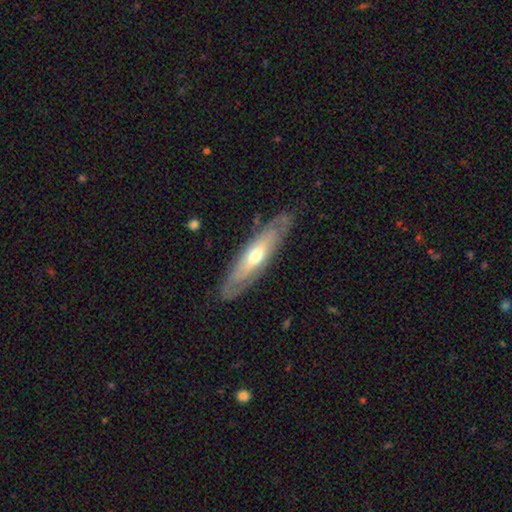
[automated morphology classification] The model was most divided on "edge-on disk": no: 55%, yes: 45%. More confident: merging — none (82%); smooth or featured — featured or disk (64%).